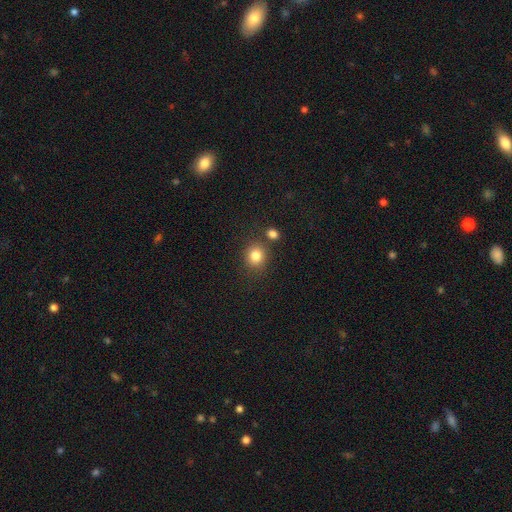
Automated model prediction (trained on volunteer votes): A smooth galaxy with no disk features (82%) that is round (80%).

Vote fractions:
- Smooth or featured? smooth: 82% / star or artifact: 12% / featured or disk: 6%
- How rounded? round: 80% / in between: 19% / cigar-shaped: 1%
- Merging? none: 76% / merger: 10% / minor disturbance: 10% / major disturbance: 3%